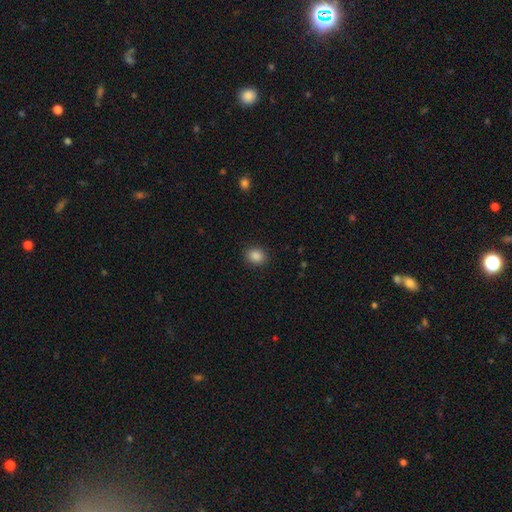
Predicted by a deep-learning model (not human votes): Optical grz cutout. It shows a smooth galaxy with no disk features (87%) that is round (59%). Merging: none (90%).